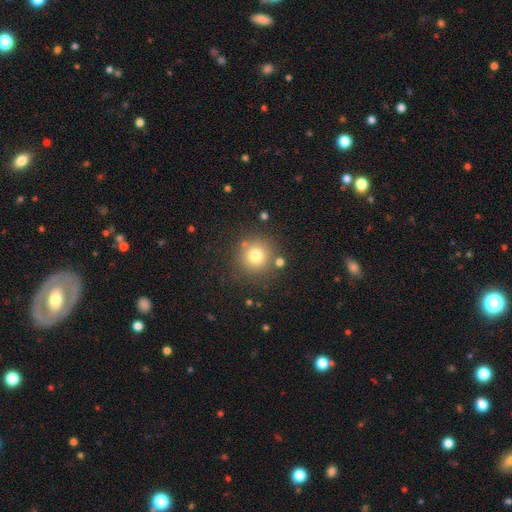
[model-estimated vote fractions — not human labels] Smooth or featured?
  - smooth: 77% *
  - star or artifact: 13%
  - featured or disk: 10%
How rounded?
  - round: 93% *
  - in between: 6%
  - cigar-shaped: 1%
Merging?
  - none: 80% *
  - minor disturbance: 9%
  - merger: 6%
  - major disturbance: 4%